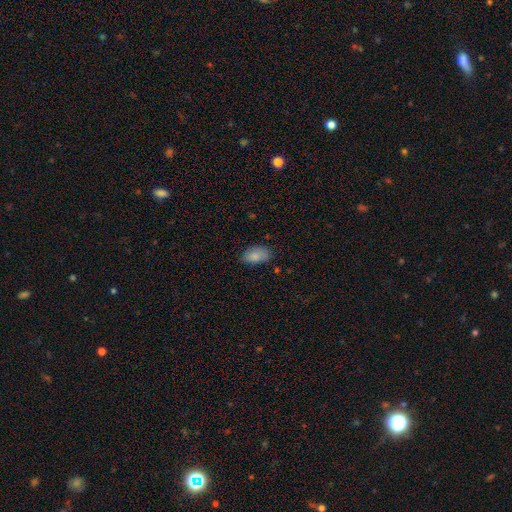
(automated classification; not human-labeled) This is clearly a smooth galaxy (85%). How rounded: clearly in between (92%). Merging: likely none (69%).